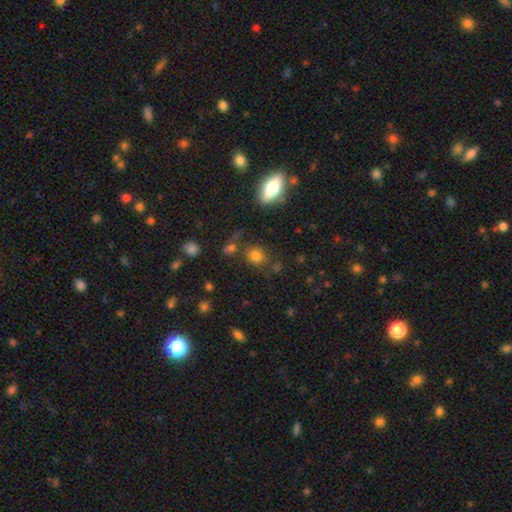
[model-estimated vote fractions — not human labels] The model was most divided on "how rounded": round: 69%, in between: 30%, cigar-shaped: 1%. More confident: smooth or featured — smooth (76%); merging — none (71%).